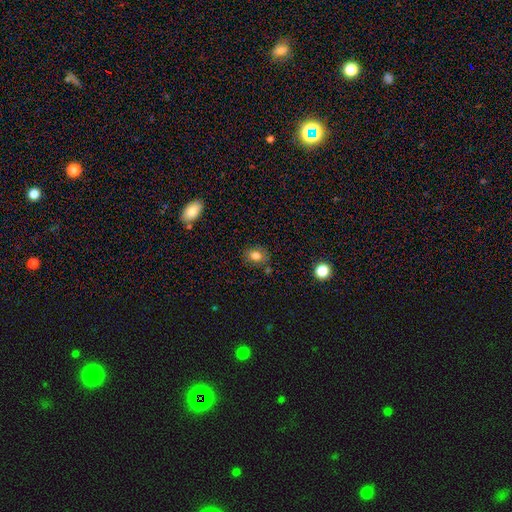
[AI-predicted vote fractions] A smooth galaxy with no disk features (81%) that is in between round and cigar-shaped (57%). Merging: none (77%).